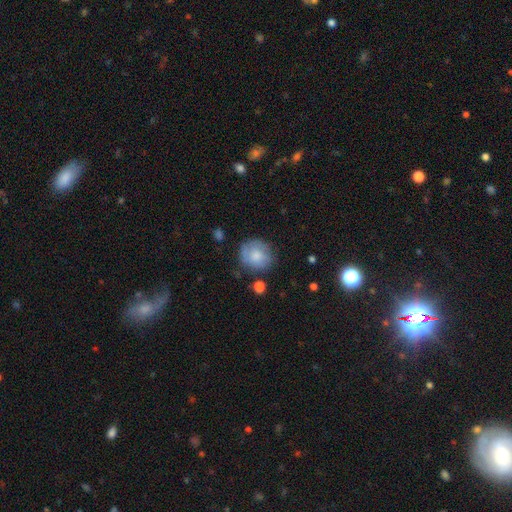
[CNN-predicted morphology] This is likely a smooth galaxy (68%). How rounded: clearly round (83%). Merging: likely none (71%).